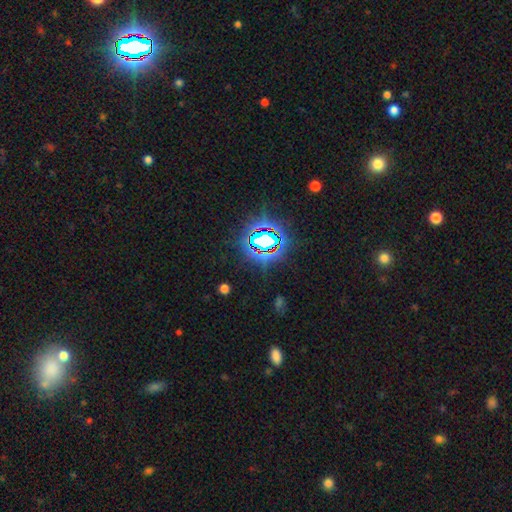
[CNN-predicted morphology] Smooth or featured: star or artifact — 81% (smooth — 12%)